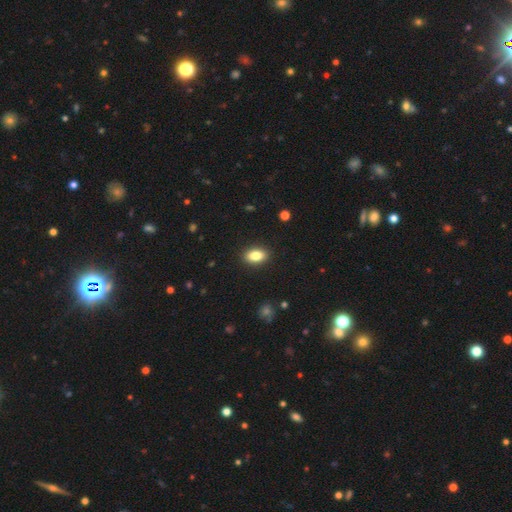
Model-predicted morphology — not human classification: A smooth galaxy with no disk features (84%) that is in between round and cigar-shaped (88%).

Vote fractions:
- Smooth or featured? smooth: 84% / star or artifact: 8% / featured or disk: 8%
- How rounded? in between: 88% / round: 9% / cigar-shaped: 3%
- Merging? none: 89% / minor disturbance: 7% / major disturbance: 2% / merger: 1%